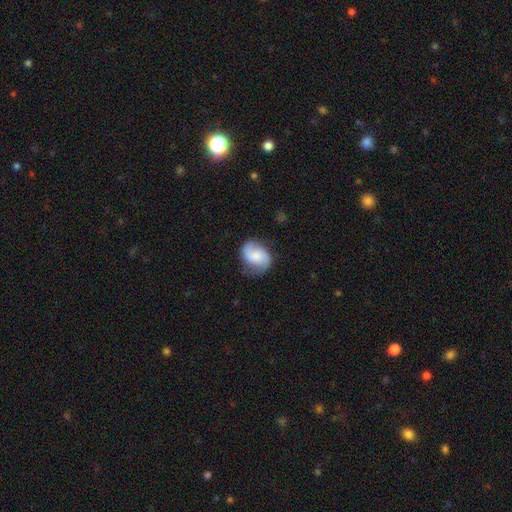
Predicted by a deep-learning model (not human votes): Overall: featured or disk (65%; smooth 28%). Edge-on disk: no (98%). Bar: no (57%; weak 35%). Spiral arms: yes (94%). Spiral arm count: 2 (89%). Spiral winding: medium (46%; loose 33%). Bulge size: moderate (39%; small 36%). Merging: none (73%).